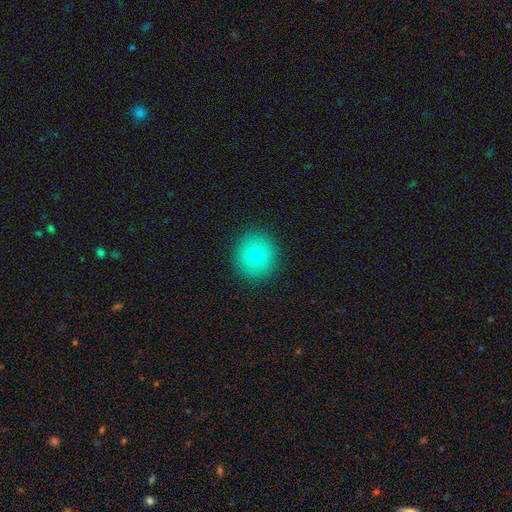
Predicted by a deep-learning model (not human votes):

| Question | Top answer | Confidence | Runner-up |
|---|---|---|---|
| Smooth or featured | smooth | 74% | featured or disk (15%) |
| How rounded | round | 90% | in between (9%) |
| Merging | none | 91% | minor disturbance (6%) |